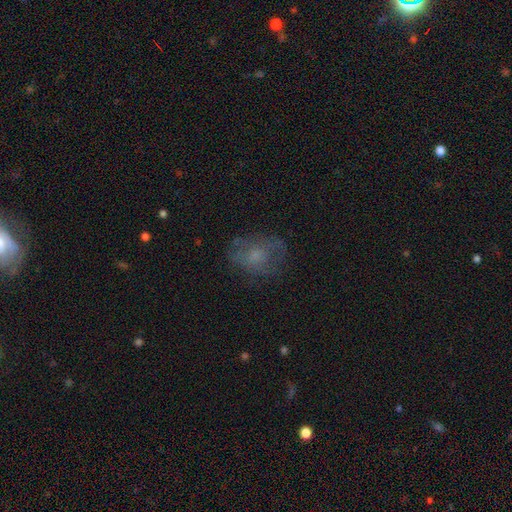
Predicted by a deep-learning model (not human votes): Smooth or featured? Predicted: smooth (p=0.52). How rounded? Predicted: in between (p=0.56). Merging? Predicted: none (p=0.62).